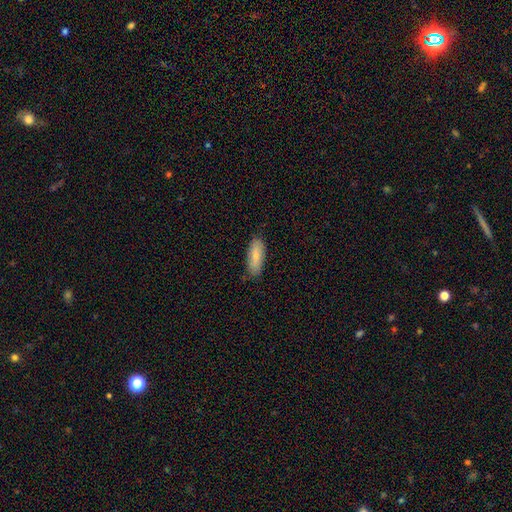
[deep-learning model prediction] Smooth or featured?
  - smooth: 78% *
  - featured or disk: 16%
  - star or artifact: 6%
How rounded?
  - in between: 75% *
  - cigar-shaped: 24%
  - round: 2%
Merging?
  - none: 83% *
  - minor disturbance: 14%
  - major disturbance: 2%
  - merger: 1%